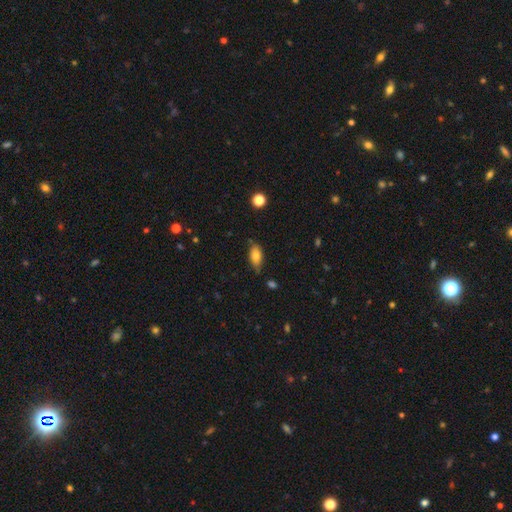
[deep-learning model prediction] Smooth or featured? Predicted: smooth (p=0.74). How rounded? Predicted: in between (p=0.85). Merging? Predicted: none (p=0.69).